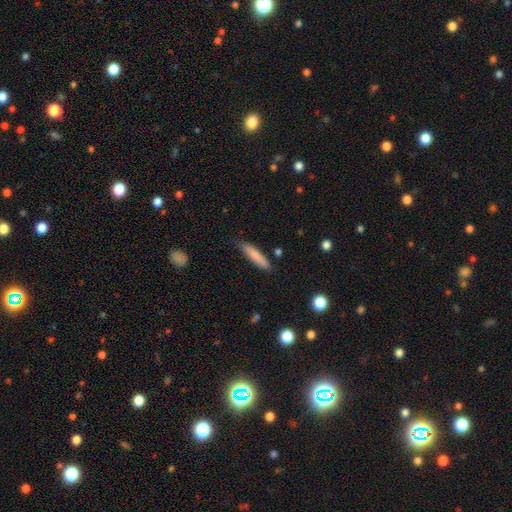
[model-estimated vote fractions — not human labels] Overall: smooth (77%). How rounded: cigar-shaped (82%). Merging: none (83%).